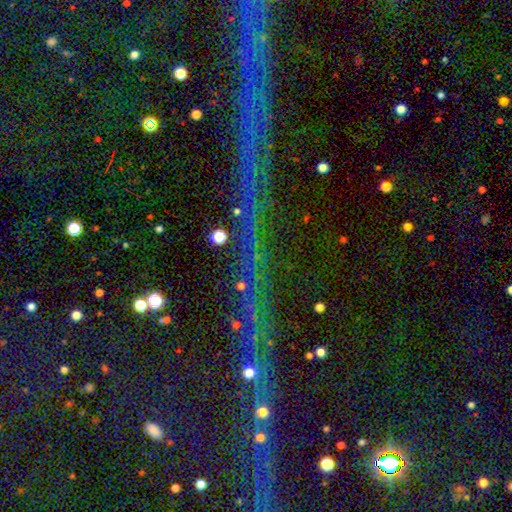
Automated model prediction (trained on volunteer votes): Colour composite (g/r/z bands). It shows a star or artifact, not a galaxy (76%).